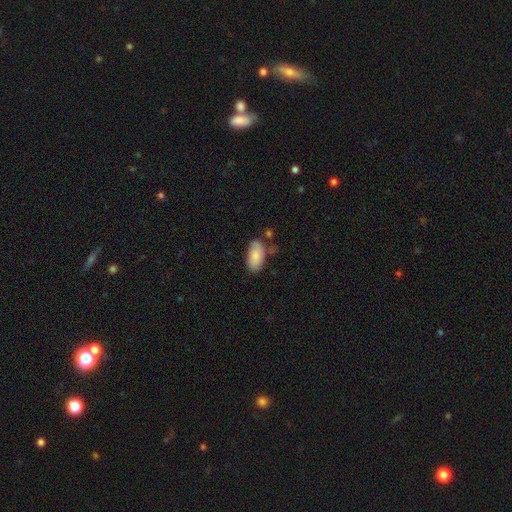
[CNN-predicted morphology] smooth_or_featured: smooth (p=0.82) [alt: featured or disk p=0.11]
how_rounded: in between (p=0.94) [alt: cigar-shaped p=0.04]
merging: none (p=0.63) [alt: minor disturbance p=0.24]